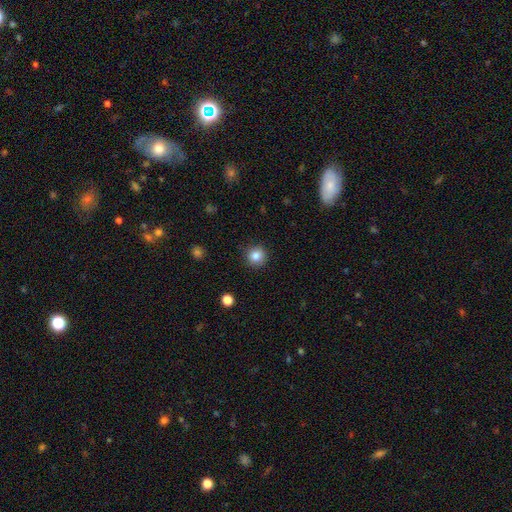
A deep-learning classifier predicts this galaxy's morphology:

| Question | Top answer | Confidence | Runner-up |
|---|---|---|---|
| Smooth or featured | smooth | 84% | star or artifact (11%) |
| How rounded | round | 94% | in between (6%) |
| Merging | none | 91% | minor disturbance (6%) |